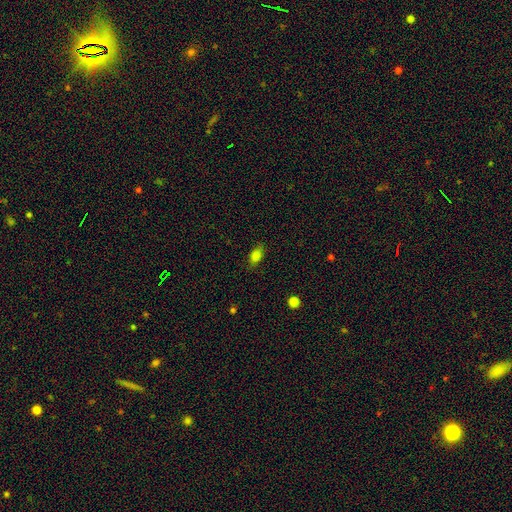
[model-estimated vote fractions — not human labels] A smooth galaxy with no disk features (82%) that is in between round and cigar-shaped (85%).

Vote fractions:
- Smooth or featured? smooth: 82% / star or artifact: 11% / featured or disk: 7%
- How rounded? in between: 85% / round: 10% / cigar-shaped: 5%
- Merging? none: 82% / minor disturbance: 13% / major disturbance: 3% / merger: 1%